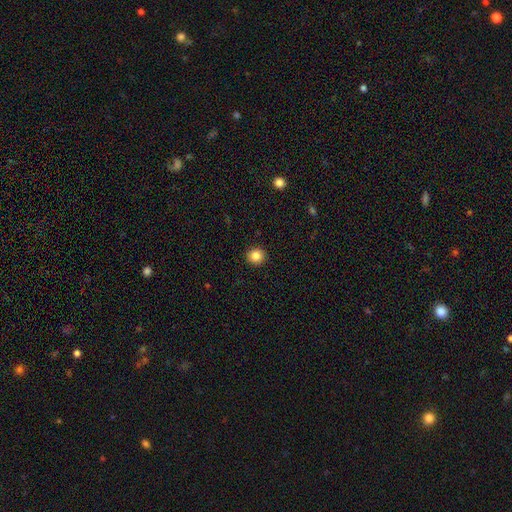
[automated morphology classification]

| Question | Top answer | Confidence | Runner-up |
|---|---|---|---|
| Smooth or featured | smooth | 85% | star or artifact (11%) |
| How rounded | round | 92% | in between (7%) |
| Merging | none | 93% | minor disturbance (5%) |